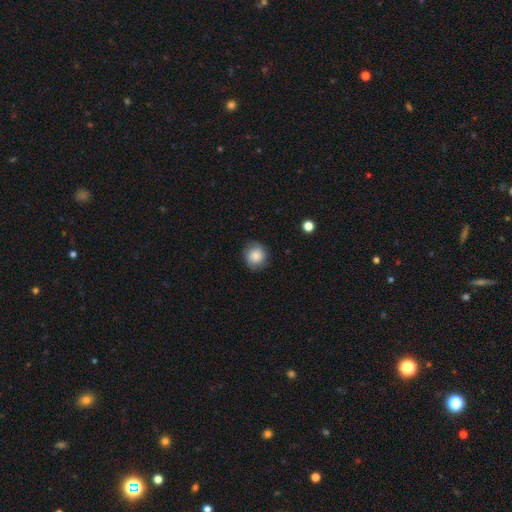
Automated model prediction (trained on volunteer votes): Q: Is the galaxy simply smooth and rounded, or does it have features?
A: smooth — 80%.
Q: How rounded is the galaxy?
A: round — 84%.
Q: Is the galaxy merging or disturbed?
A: none — 81%.